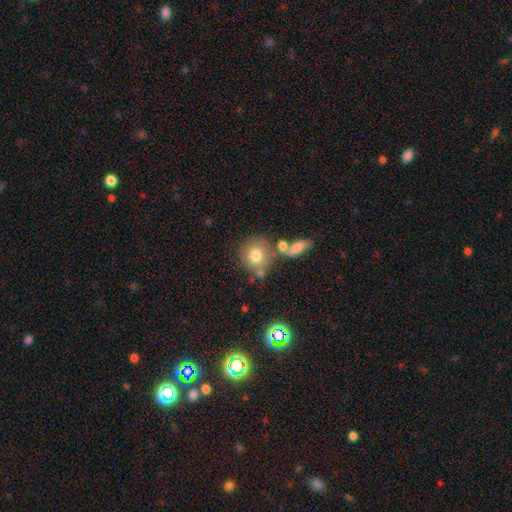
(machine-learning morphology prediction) Smooth or featured: smooth — 74% (featured or disk — 16%)
How rounded: round — 85% (in between — 14%)
Merging: none — 59% (merger — 20%)